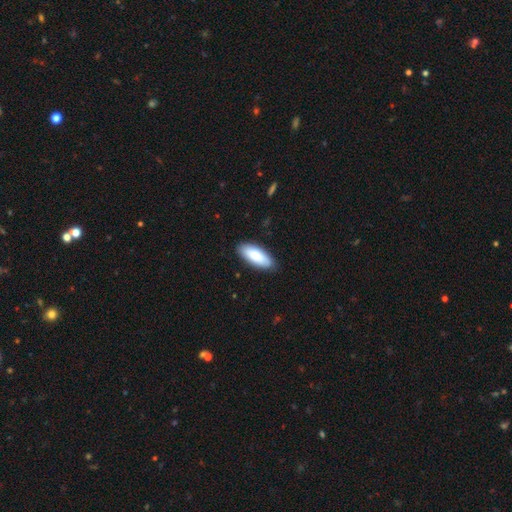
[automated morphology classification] smooth-or-featured: smooth: 86% | featured or disk: 9% | star or artifact: 5%
  how-rounded: in between: 80% | cigar-shaped: 19% | round: 2%
  merging: none: 86% | minor disturbance: 11% | major disturbance: 2% | merger: 1%